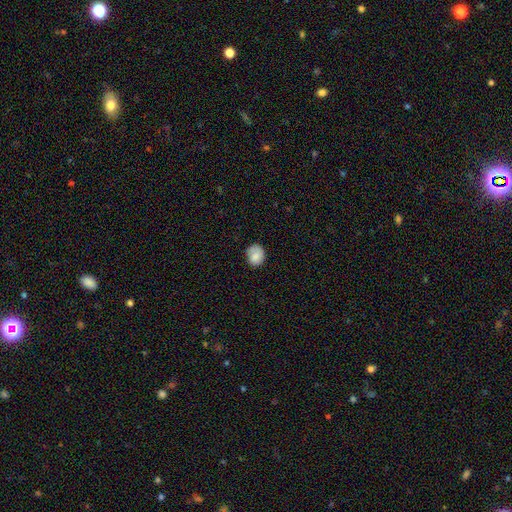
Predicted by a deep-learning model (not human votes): Q: Smooth or featured?
A: smooth (81%); runner-up: featured or disk (11%)
Q: How rounded?
A: round (63%); runner-up: in between (36%)
Q: Merging?
A: none (68%); runner-up: minor disturbance (24%)